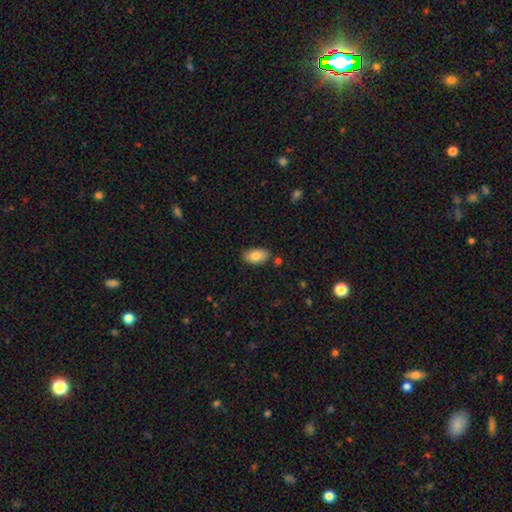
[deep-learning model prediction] This appears to be a smooth galaxy with no disk features (84%) that is in between round and cigar-shaped (94%). Merging: none (80%).